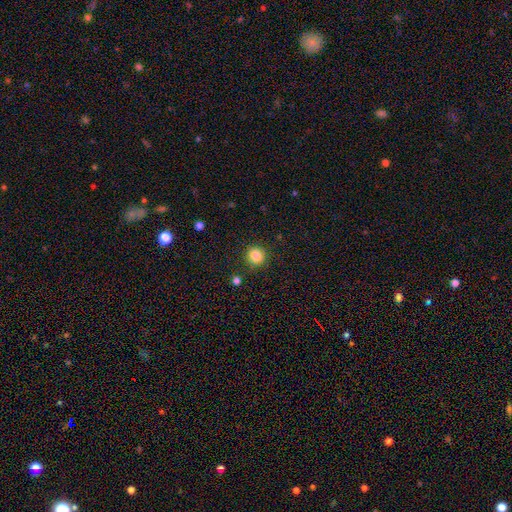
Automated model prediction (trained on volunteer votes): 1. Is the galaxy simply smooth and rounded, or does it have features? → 84% smooth, 11% star or artifact, 5% featured or disk.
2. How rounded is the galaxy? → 94% round, 5% in between, 1% cigar-shaped.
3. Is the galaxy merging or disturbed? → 89% none, 7% minor disturbance, 2% major disturbance, 2% merger.